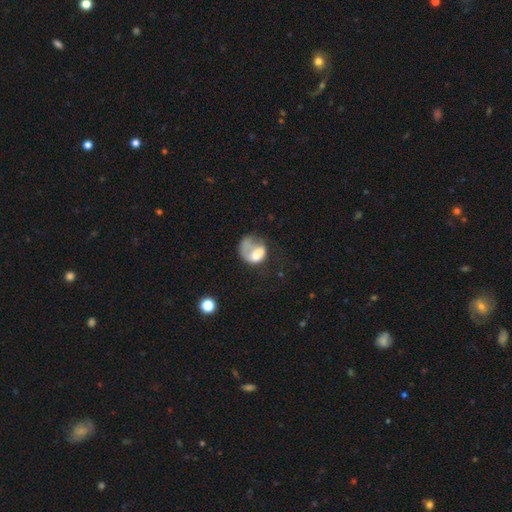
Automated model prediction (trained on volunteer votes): smooth-or-featured: smooth: 53% | featured or disk: 38% | star or artifact: 9%
  how-rounded: in between: 53% | round: 46% | cigar-shaped: 1%
  merging: major disturbance: 46% | none: 23% | minor disturbance: 17% | merger: 14%